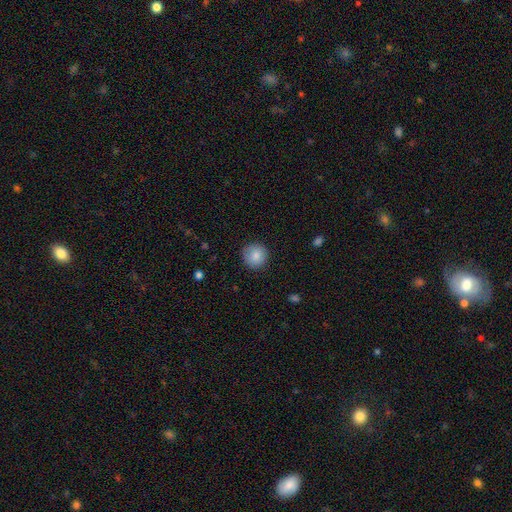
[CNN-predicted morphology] A smooth galaxy with no disk features (85%) that is round (94%). Merging: none (87%).